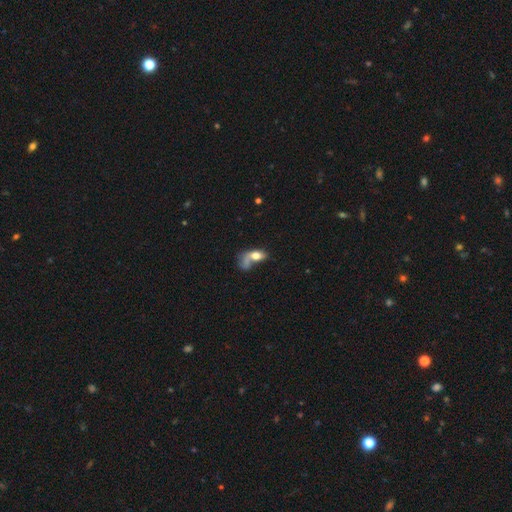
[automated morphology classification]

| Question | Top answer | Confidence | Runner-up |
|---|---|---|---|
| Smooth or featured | smooth | 62% | featured or disk (28%) |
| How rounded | in between | 76% | round (15%) |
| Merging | major disturbance | 38% | merger (29%) |